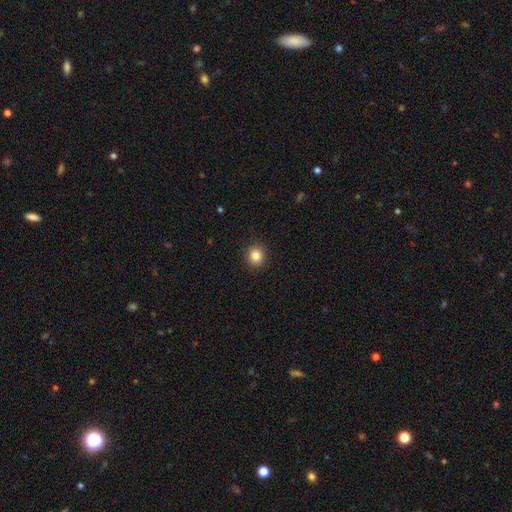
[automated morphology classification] type=smooth (85%); roundness=round (88%); merging=none (91%).